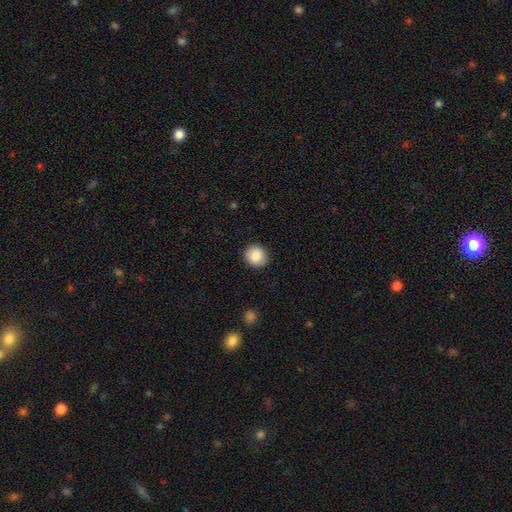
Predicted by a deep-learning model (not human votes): This is clearly a smooth galaxy (89%). How rounded: clearly round (87%). Merging: clearly none (91%).